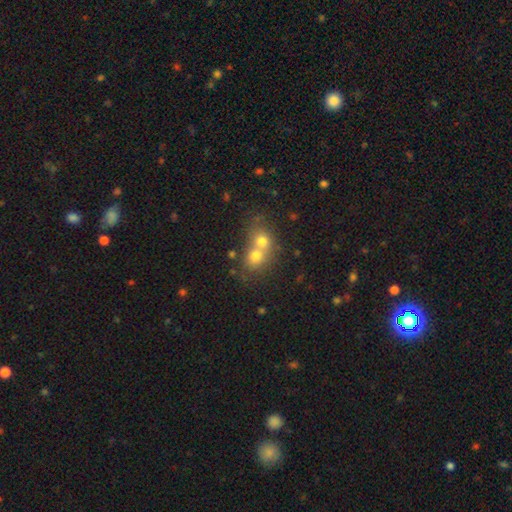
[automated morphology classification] The model was most divided on "how rounded": round: 68%, in between: 31%, cigar-shaped: 1%. More confident: smooth or featured — smooth (70%); merging — merger (69%).